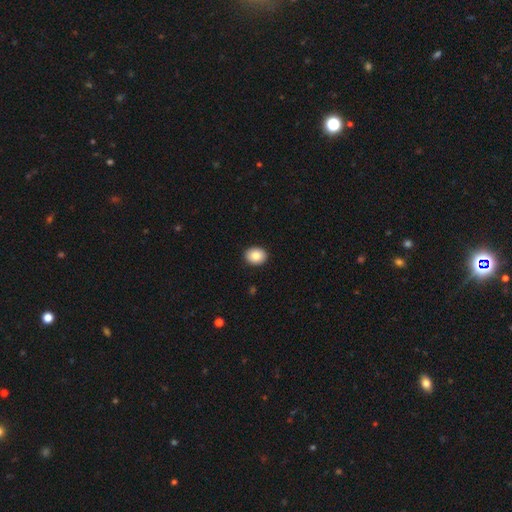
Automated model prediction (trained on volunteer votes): Smooth or featured? smooth (86%)
How rounded? round (55%)
Merging? none (92%)